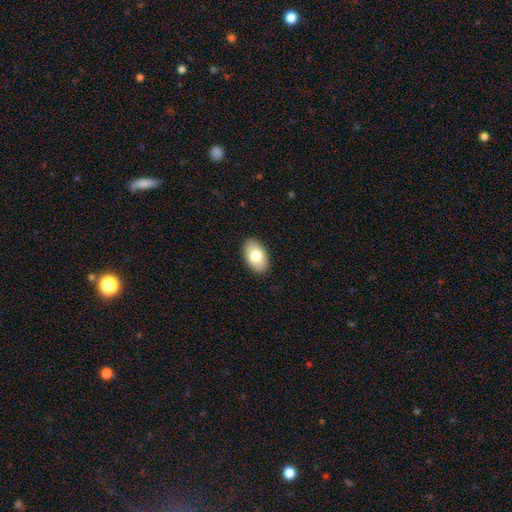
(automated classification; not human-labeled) A smooth galaxy with no disk features (77%) that is in between round and cigar-shaped (93%). Merging: none (89%).